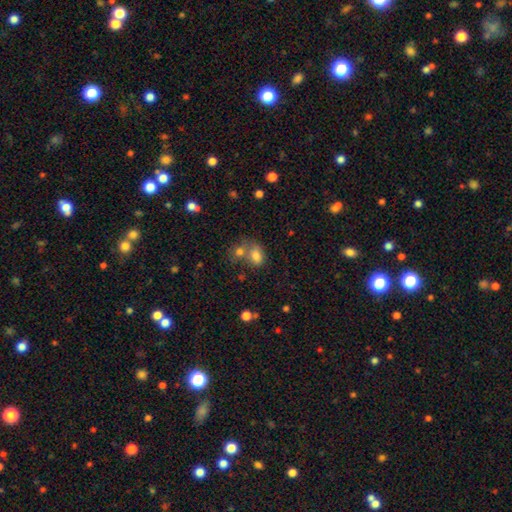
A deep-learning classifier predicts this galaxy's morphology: smooth_or_featured: smooth (p=0.79) [alt: star or artifact p=0.11]
how_rounded: in between (p=0.76) [alt: round p=0.23]
merging: merger (p=0.46) [alt: none p=0.37]